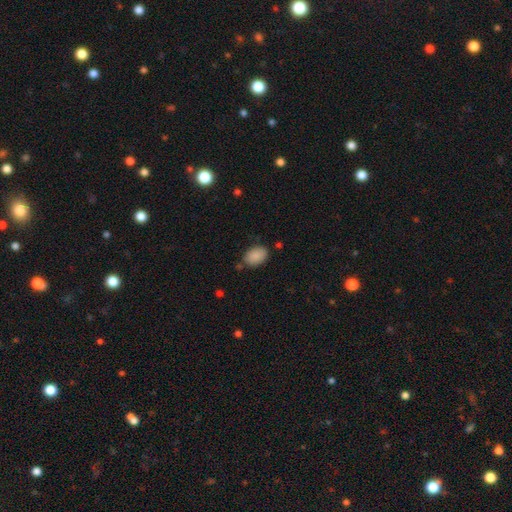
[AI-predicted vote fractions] A smooth galaxy with no disk features (88%) that is in between round and cigar-shaped (88%). Merging: none (78%).